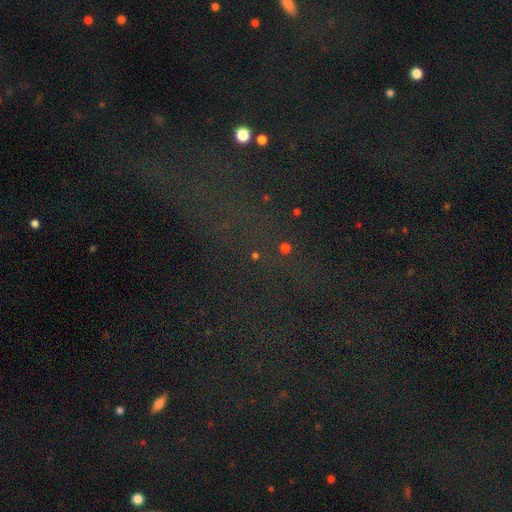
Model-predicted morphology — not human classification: Smooth or featured: star or artifact — 74% (smooth — 16%)